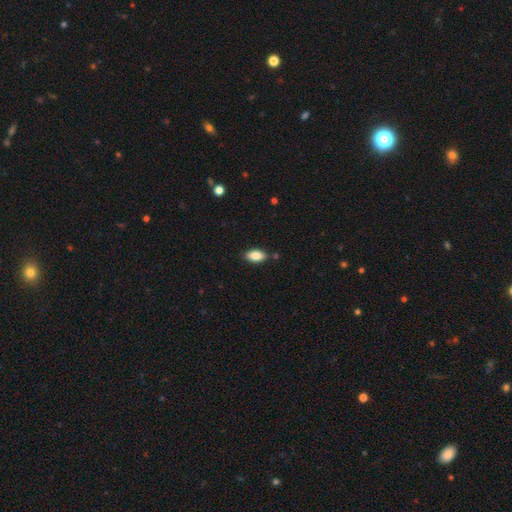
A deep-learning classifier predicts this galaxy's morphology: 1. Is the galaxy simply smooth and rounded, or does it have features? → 85% smooth, 8% featured or disk, 7% star or artifact.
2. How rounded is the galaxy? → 91% in between, 6% cigar-shaped, 4% round.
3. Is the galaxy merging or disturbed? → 83% none, 12% minor disturbance, 3% merger, 2% major disturbance.